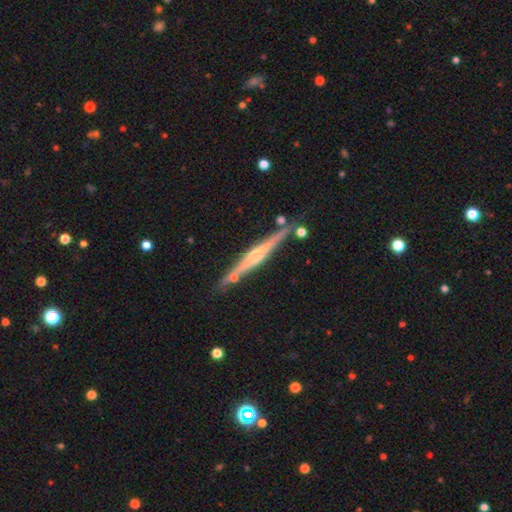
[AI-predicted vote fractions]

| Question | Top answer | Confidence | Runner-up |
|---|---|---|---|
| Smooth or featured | featured or disk | 74% | smooth (20%) |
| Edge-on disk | yes | 98% | no (2%) |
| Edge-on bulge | rounded | 58% | boxy (21%) |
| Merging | none | 82% | minor disturbance (11%) |